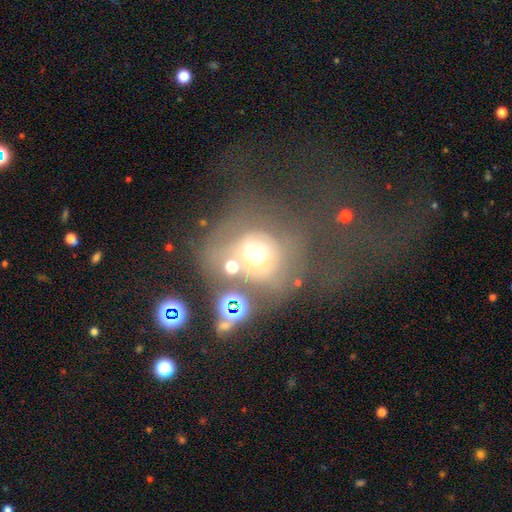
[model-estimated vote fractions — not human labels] Smooth or featured? smooth (44%)
Merging? major disturbance (37%)